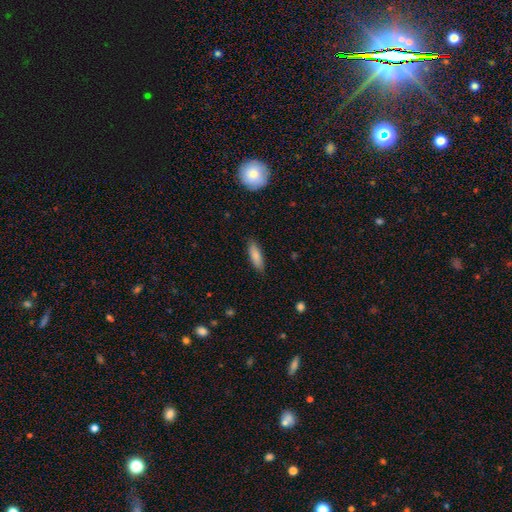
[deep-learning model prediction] smooth-or-featured: smooth: 84% | featured or disk: 10% | star or artifact: 6%
  how-rounded: cigar-shaped: 52% | in between: 47% | round: 2%
  merging: none: 86% | minor disturbance: 11% | major disturbance: 2% | merger: 1%